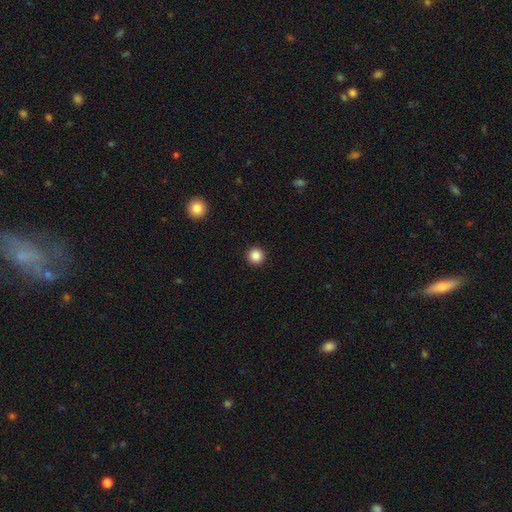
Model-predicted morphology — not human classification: A smooth galaxy with no disk features (86%) that is round (96%).

Vote fractions:
- Smooth or featured? smooth: 86% / star or artifact: 11% / featured or disk: 3%
- How rounded? round: 96% / in between: 3% / cigar-shaped: 1%
- Merging? none: 94% / minor disturbance: 4% / major disturbance: 2% / merger: 1%